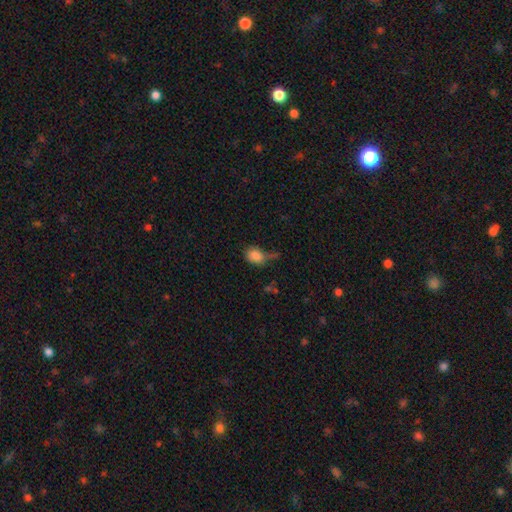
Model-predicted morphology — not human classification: Overall: smooth (82%). How rounded: in between (68%; round 30%). Merging: none (46%; minor disturbance 28%).